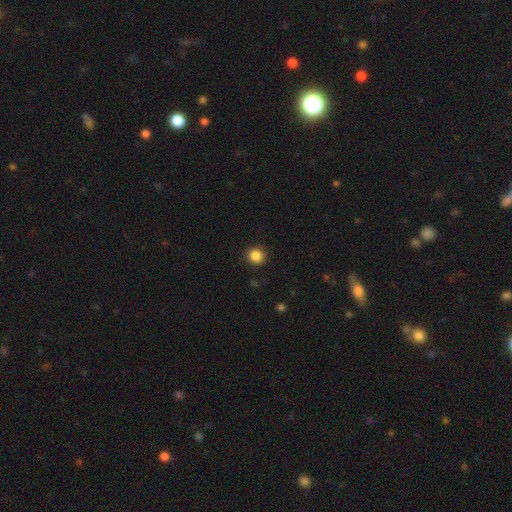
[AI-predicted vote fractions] smooth 86%, star or artifact 11%, featured or disk 3%. Down the decision tree: how rounded — round (88%); merging — none (91%).